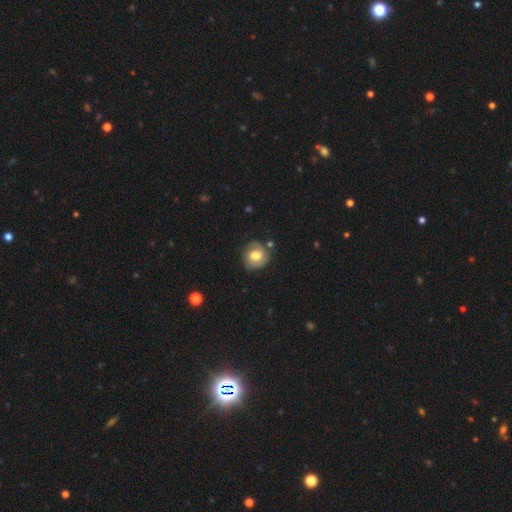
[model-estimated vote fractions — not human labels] A smooth galaxy with no disk features (52%) that is round (76%).

Vote fractions:
- Smooth or featured? smooth: 52% / featured or disk: 41% / star or artifact: 8%
- How rounded? round: 76% / in between: 23% / cigar-shaped: 1%
- Merging? none: 69% / minor disturbance: 20% / major disturbance: 6% / merger: 4%